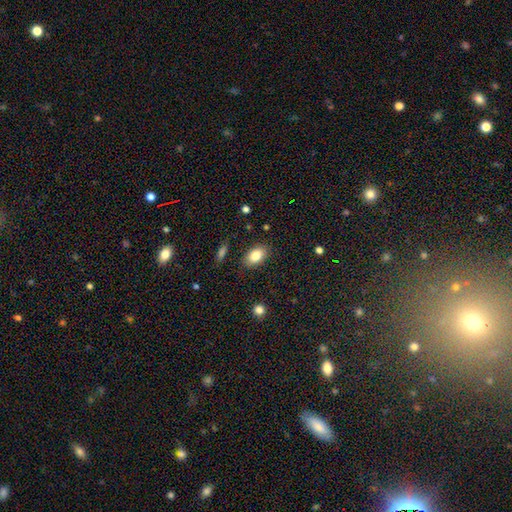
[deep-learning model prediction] smooth_or_featured: smooth (p=0.83) [alt: featured or disk p=0.09]
how_rounded: in between (p=0.90) [alt: round p=0.08]
merging: none (p=0.86) [alt: minor disturbance p=0.10]